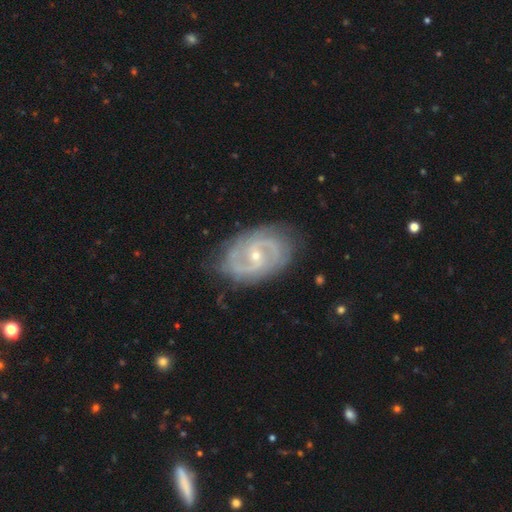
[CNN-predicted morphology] The model was most divided on "bar": no: 47%, weak: 40%, strong: 13%. Remaining: edge-on disk — no (97%); spiral arms — yes (97%); smooth or featured — featured or disk (90%); spiral arm count — 2 (80%); merging — none (80%); bulge size — small (70%); spiral winding — medium (50%).